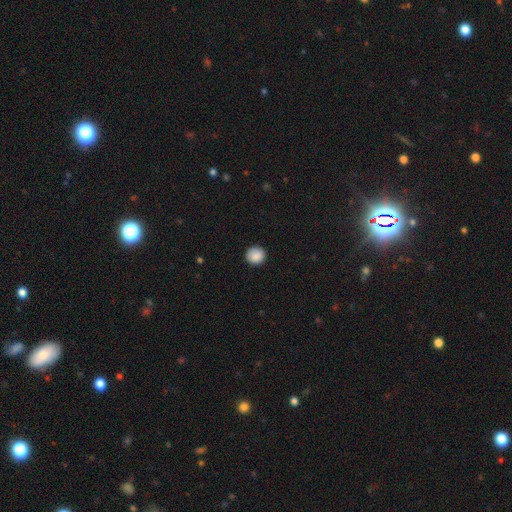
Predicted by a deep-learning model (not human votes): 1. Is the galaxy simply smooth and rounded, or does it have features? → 88% smooth, 8% star or artifact, 3% featured or disk.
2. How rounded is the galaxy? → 89% round, 10% in between, 1% cigar-shaped.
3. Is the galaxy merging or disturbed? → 89% none, 9% minor disturbance, 2% major disturbance, 1% merger.